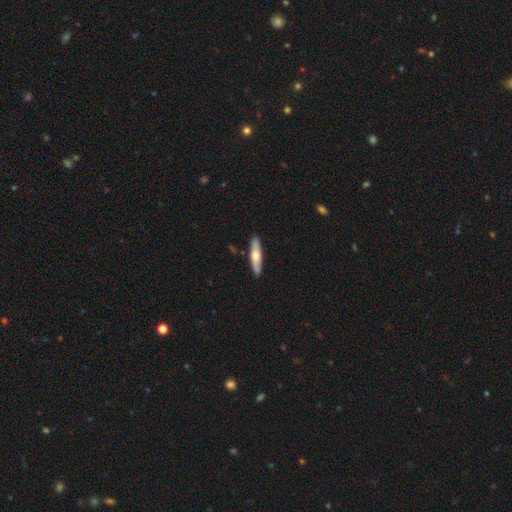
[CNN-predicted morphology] The model was most divided on "smooth or featured": smooth: 56%, featured or disk: 39%, star or artifact: 5%. More confident: merging — none (88%); how rounded — cigar-shaped (74%).